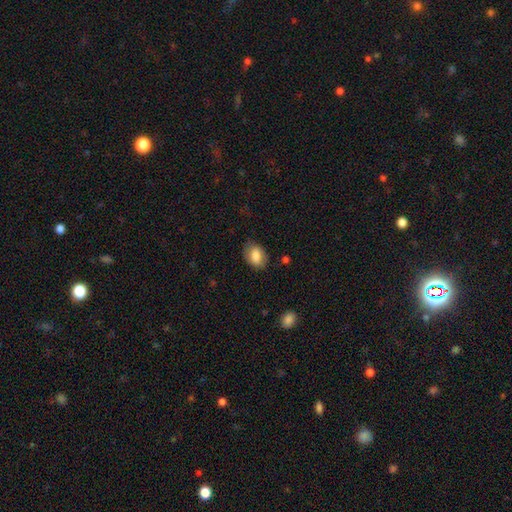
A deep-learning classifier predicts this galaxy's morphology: This is likely a smooth galaxy (80%). How rounded: clearly in between (82%). Merging: likely none (78%).